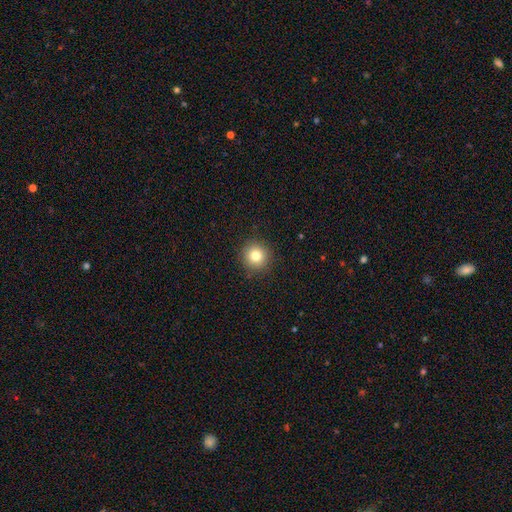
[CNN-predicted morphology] This is clearly a smooth galaxy (80%). How rounded: clearly round (95%). Merging: clearly none (91%).